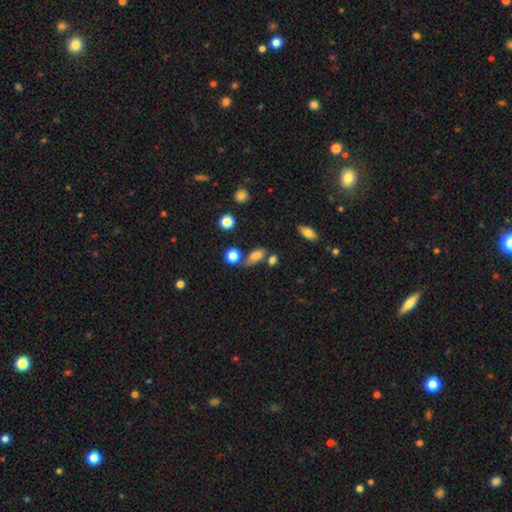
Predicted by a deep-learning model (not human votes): Morphology: type=smooth (77%); roundness=in between (78%); merging=none (56%).